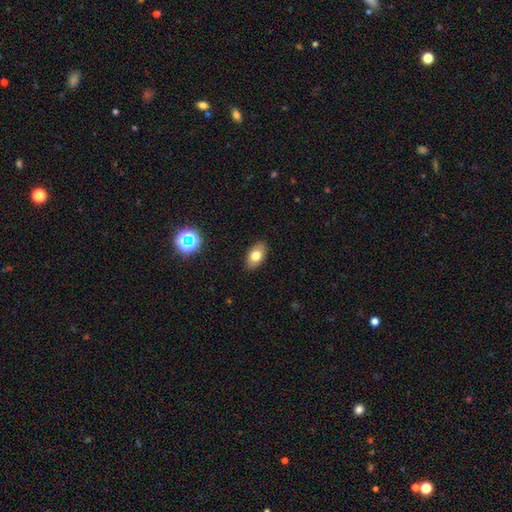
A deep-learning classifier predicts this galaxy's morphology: smooth 74%, featured or disk 16%, star or artifact 9%. Down the decision tree: how rounded — in between (90%); merging — none (88%).